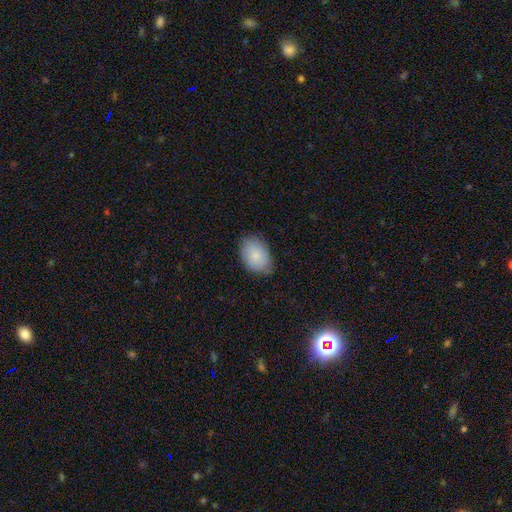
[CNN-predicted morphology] smooth-or-featured: smooth: 83% | featured or disk: 10% | star or artifact: 6%
  how-rounded: in between: 83% | round: 16% | cigar-shaped: 1%
  merging: none: 77% | minor disturbance: 19% | major disturbance: 3% | merger: 1%